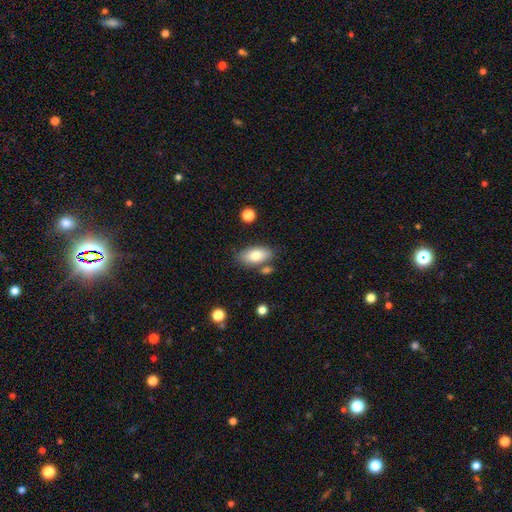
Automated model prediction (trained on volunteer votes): Smooth or featured? Predicted: smooth (p=0.77). How rounded? Predicted: in between (p=0.91). Merging? Predicted: none (p=0.74).